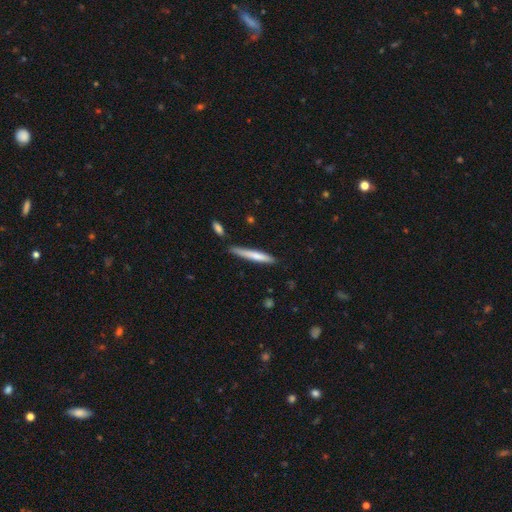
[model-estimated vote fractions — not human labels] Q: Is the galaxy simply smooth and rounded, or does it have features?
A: smooth — 70%.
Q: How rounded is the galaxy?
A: cigar-shaped — 94%.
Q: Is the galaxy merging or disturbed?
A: none — 77%.